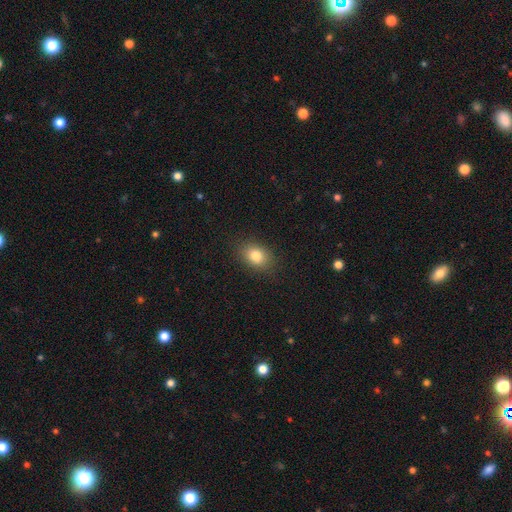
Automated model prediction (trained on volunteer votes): Smooth or featured? Predicted: smooth (p=0.82). How rounded? Predicted: in between (p=0.72). Merging? Predicted: none (p=0.86).